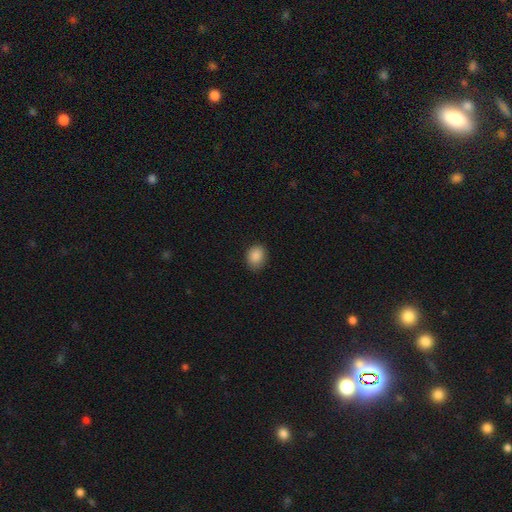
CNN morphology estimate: Q: Smooth or featured?
A: smooth (88%); runner-up: star or artifact (9%)
Q: How rounded?
A: round (52%); runner-up: in between (47%)
Q: Merging?
A: none (81%); runner-up: minor disturbance (15%)